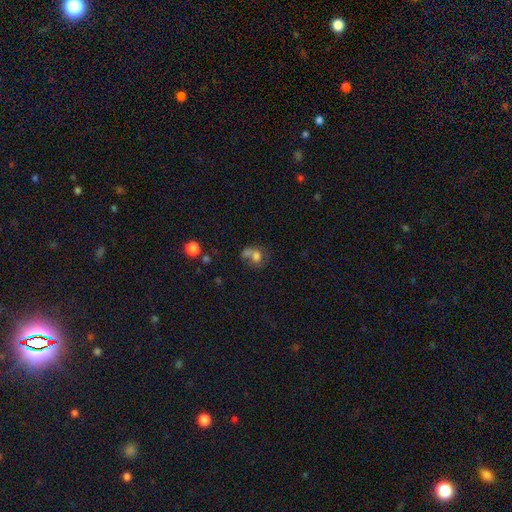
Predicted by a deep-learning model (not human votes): Morphology: type=smooth (66%); roundness=round (51%); merging=merger (42%).